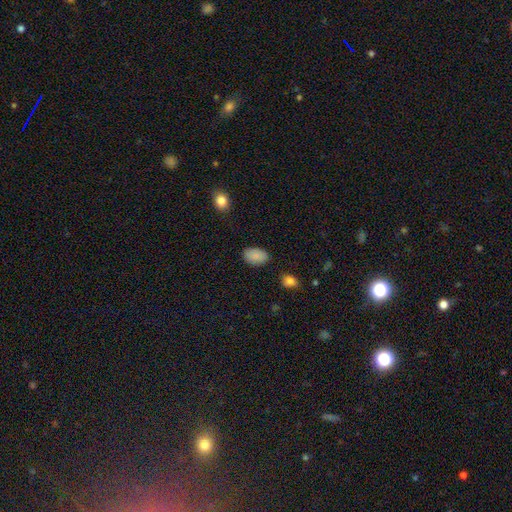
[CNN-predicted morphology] Smooth or featured?
  - smooth: 88% *
  - star or artifact: 8%
  - featured or disk: 4%
How rounded?
  - in between: 90% *
  - round: 8%
  - cigar-shaped: 1%
Merging?
  - none: 83% *
  - minor disturbance: 13%
  - major disturbance: 3%
  - merger: 2%